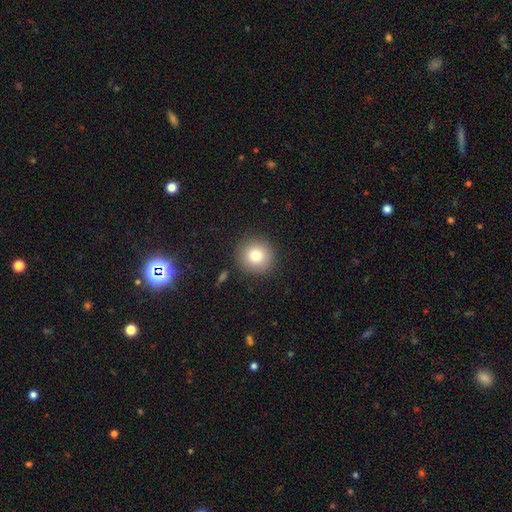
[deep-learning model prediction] This appears to be a smooth galaxy with no disk features (79%) that is round (94%). Merging: none (90%).